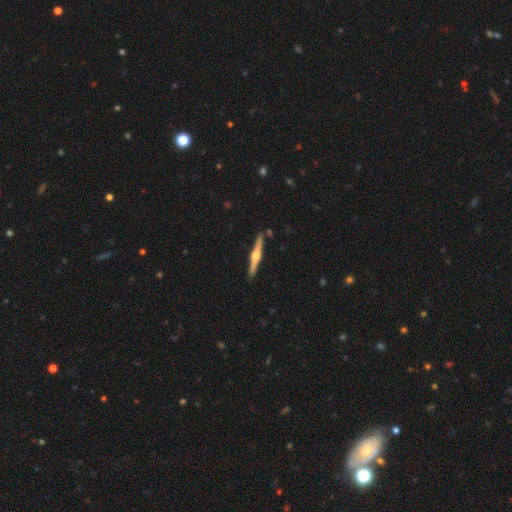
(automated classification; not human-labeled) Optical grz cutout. It shows a featured or disk galaxy (75%) viewed edge-on (98%) with a rounded central bulge (89%). Merging: none (89%).